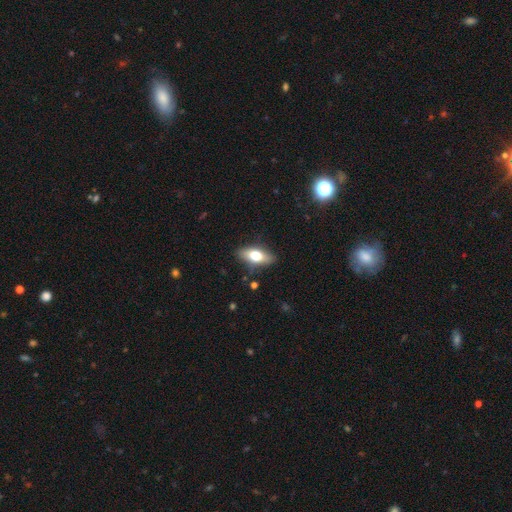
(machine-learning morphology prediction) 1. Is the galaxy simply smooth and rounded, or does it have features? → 64% smooth, 29% featured or disk, 7% star or artifact.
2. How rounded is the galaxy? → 78% in between, 17% cigar-shaped, 5% round.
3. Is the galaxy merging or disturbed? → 82% none, 13% minor disturbance, 3% major disturbance, 2% merger.